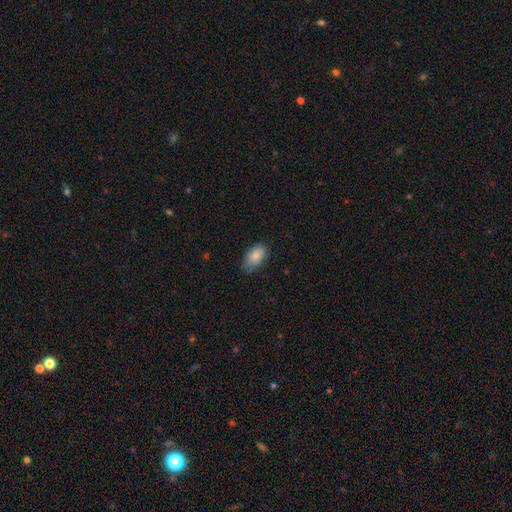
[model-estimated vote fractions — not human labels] Morphology: type=smooth (83%); roundness=in between (93%); merging=none (64%).